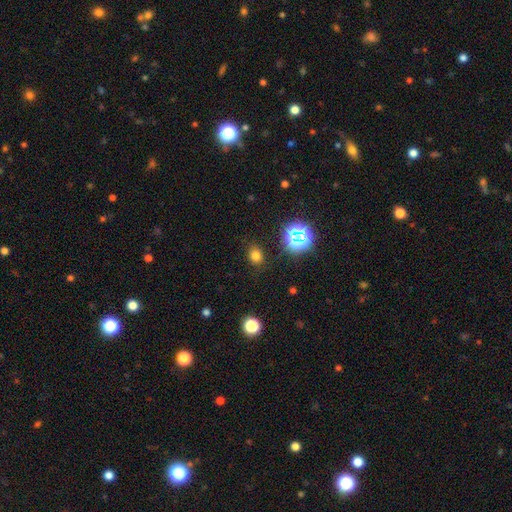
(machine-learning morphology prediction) smooth_or_featured: smooth (p=0.71) [alt: star or artifact p=0.23]
how_rounded: round (p=0.56) [alt: in between p=0.43]
merging: none (p=0.83) [alt: minor disturbance p=0.11]